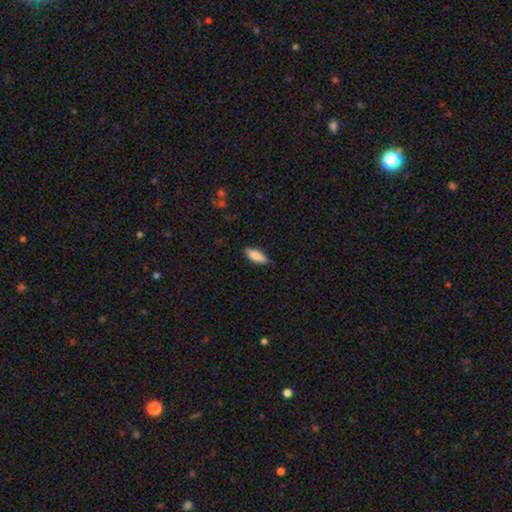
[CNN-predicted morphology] This is clearly a smooth galaxy (83%). How rounded: likely in between (72%). Merging: clearly none (84%).